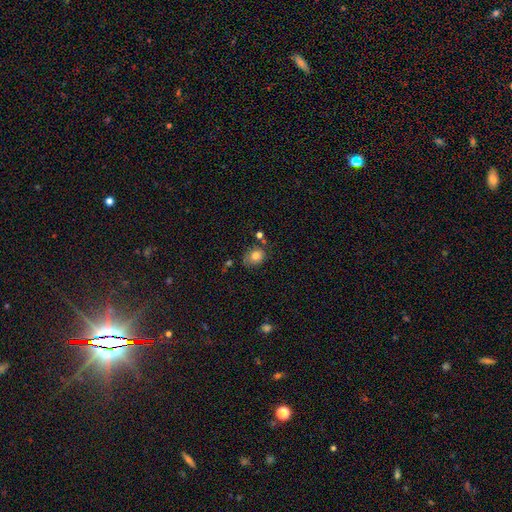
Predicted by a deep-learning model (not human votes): A smooth galaxy with no disk features (79%) that is round (56%).

Vote fractions:
- Smooth or featured? smooth: 79% / featured or disk: 11% / star or artifact: 10%
- How rounded? round: 56% / in between: 43% / cigar-shaped: 1%
- Merging? none: 63% / minor disturbance: 22% / merger: 8% / major disturbance: 7%